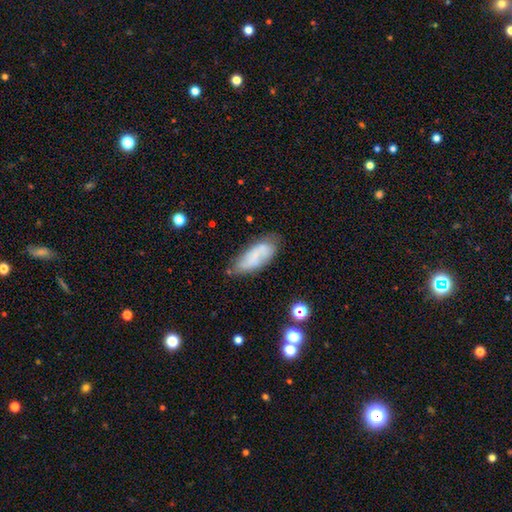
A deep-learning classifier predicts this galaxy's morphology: Q: Smooth or featured?
A: smooth (59%); runner-up: featured or disk (32%)
Q: How rounded?
A: in between (76%); runner-up: cigar-shaped (21%)
Q: Merging?
A: none (65%); runner-up: minor disturbance (23%)